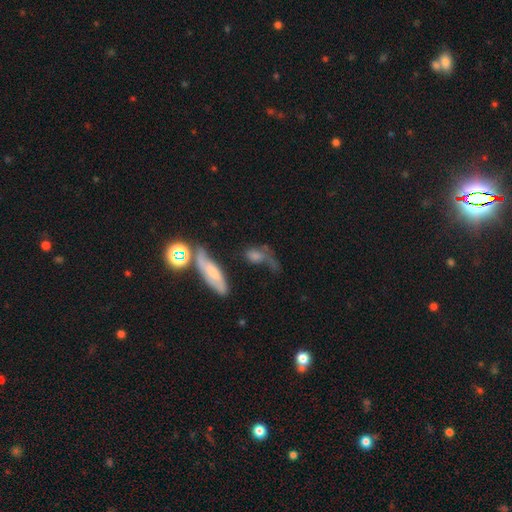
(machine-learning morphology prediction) Smooth or featured: smooth — 46% (featured or disk — 35%)
Merging: none — 33% (major disturbance — 29%)